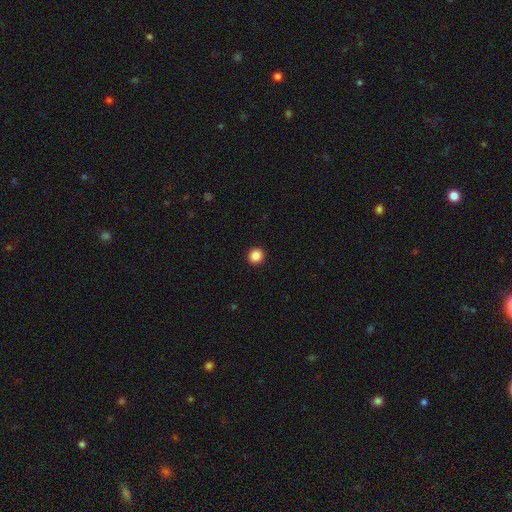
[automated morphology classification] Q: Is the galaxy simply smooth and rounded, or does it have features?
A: smooth — 87%.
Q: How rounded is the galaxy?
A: round — 93%.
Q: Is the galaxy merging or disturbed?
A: none — 94%.